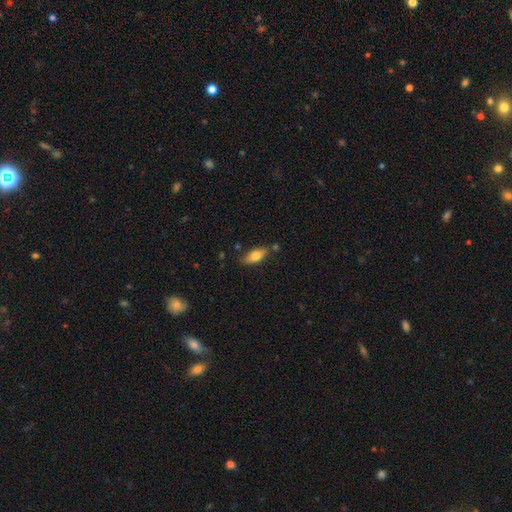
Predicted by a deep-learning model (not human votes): This is likely a smooth galaxy (74%). How rounded: likely in between (80%). Merging: likely none (75%).